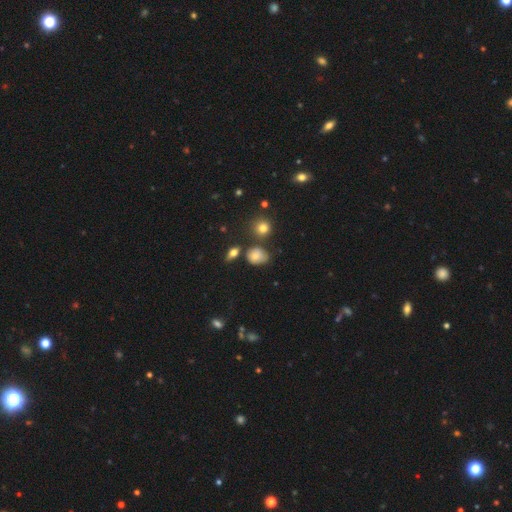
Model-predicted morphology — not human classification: Overall: smooth (76%). How rounded: in between (52%; round 46%). Merging: none (57%; minor disturbance 26%).